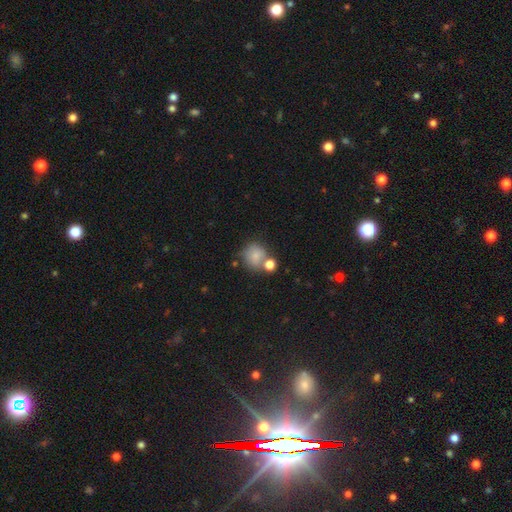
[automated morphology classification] Smooth or featured? Predicted: smooth (p=0.78). How rounded? Predicted: round (p=0.80). Merging? Predicted: none (p=0.49).